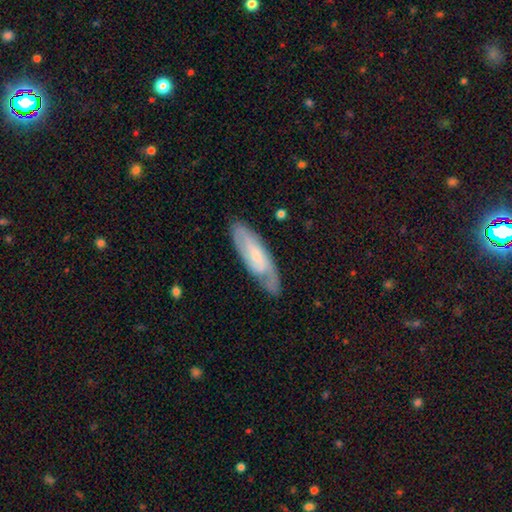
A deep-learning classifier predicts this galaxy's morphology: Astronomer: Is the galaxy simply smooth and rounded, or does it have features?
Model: featured or disk — 64%.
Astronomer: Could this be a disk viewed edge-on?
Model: no — 81%.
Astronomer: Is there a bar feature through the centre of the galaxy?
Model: no — 52% (runner-up: weak, 37%).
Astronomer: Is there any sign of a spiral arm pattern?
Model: yes — 88%.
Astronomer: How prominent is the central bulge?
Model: small — 61%.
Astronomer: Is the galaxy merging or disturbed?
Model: none — 74%.